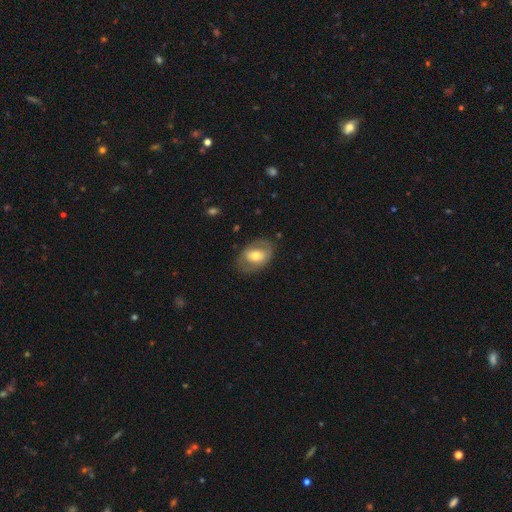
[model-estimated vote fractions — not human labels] Q: Smooth or featured?
A: featured or disk (49%); runner-up: smooth (44%)
Q: Merging?
A: none (73%); runner-up: minor disturbance (17%)